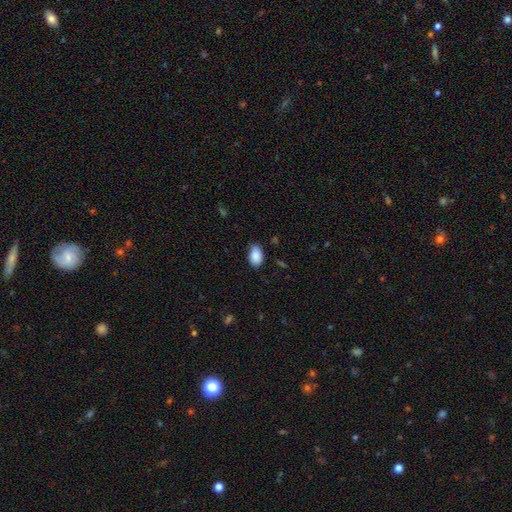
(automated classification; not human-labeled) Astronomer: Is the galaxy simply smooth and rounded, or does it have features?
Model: smooth — 89%.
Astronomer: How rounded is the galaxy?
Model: in between — 89%.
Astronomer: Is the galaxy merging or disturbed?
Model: none — 76%.